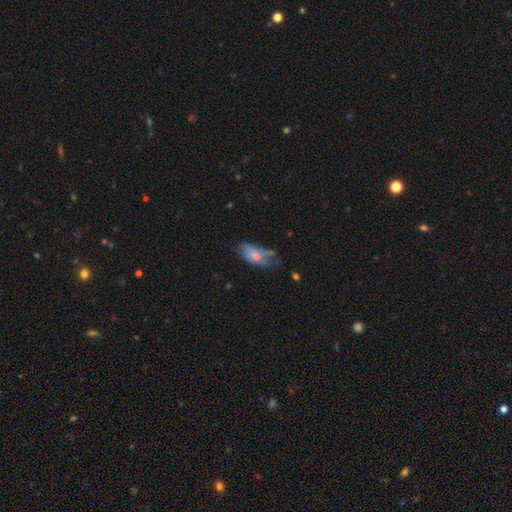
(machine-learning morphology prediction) A smooth galaxy with no disk features (56%) that is in between round and cigar-shaped (84%). Merging: none (41%).